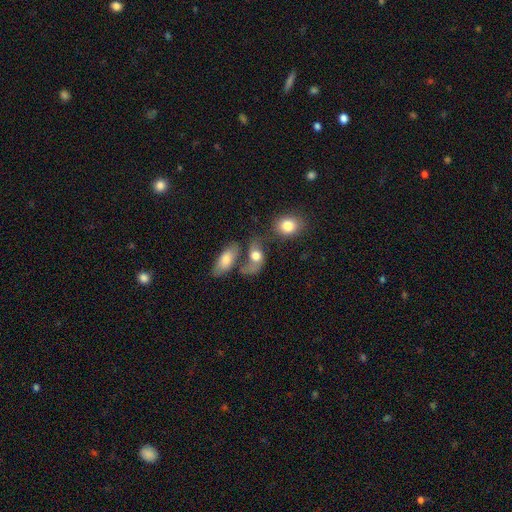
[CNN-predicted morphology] Smooth or featured? smooth (57%)
How rounded? in between (75%)
Merging? merger (42%)